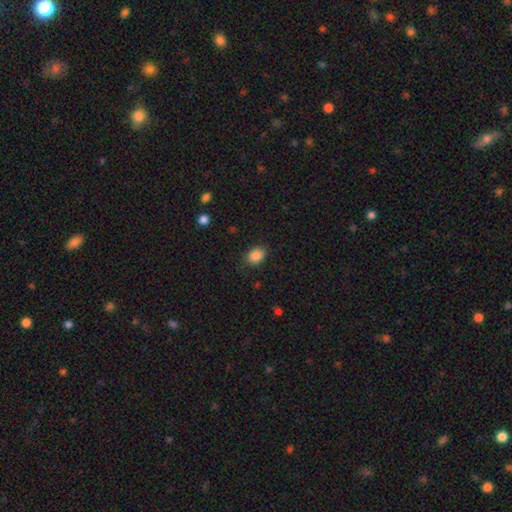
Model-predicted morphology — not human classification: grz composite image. It shows a smooth galaxy with no disk features (87%) that is in between round and cigar-shaped (74%). Merging: none (84%).